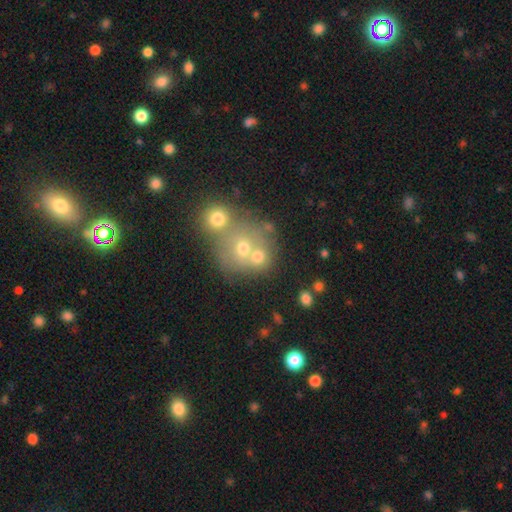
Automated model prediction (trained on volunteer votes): A smooth galaxy with no disk features (57%) that is round (78%). Merging: merger (55%).